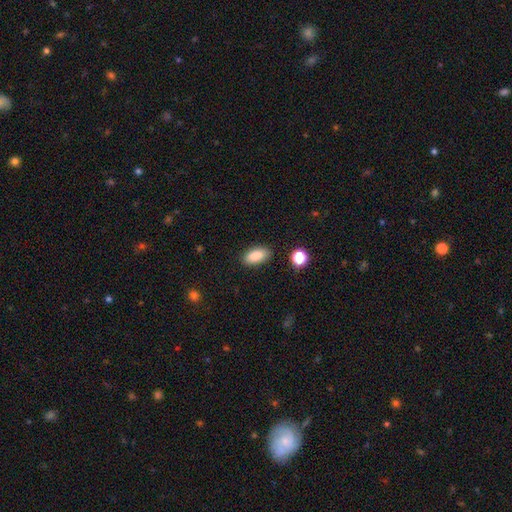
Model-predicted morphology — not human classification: type=smooth (86%); roundness=in between (90%); merging=none (86%).